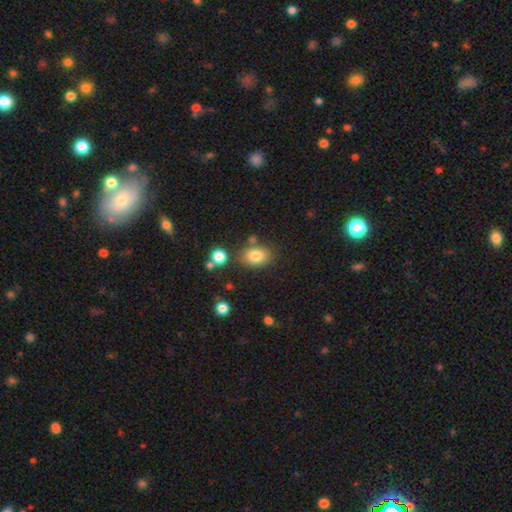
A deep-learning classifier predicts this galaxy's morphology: Smooth or featured: smooth — 81% (star or artifact — 10%)
How rounded: in between — 73% (round — 25%)
Merging: none — 75% (minor disturbance — 13%)